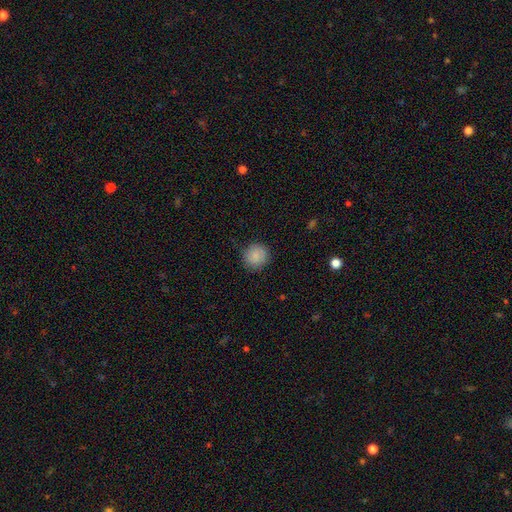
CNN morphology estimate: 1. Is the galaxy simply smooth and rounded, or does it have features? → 87% smooth, 8% star or artifact, 5% featured or disk.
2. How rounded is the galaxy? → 92% round, 7% in between, 1% cigar-shaped.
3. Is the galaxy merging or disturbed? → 86% none, 11% minor disturbance, 3% major disturbance, 1% merger.